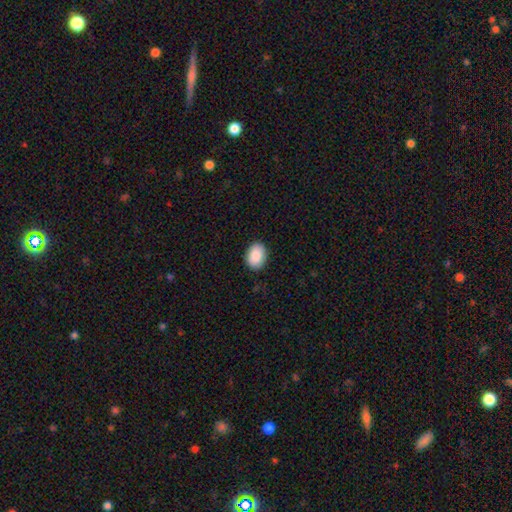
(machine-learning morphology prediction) smooth 89%, star or artifact 7%, featured or disk 4%. Down the decision tree: how rounded — in between (73%); merging — none (89%).